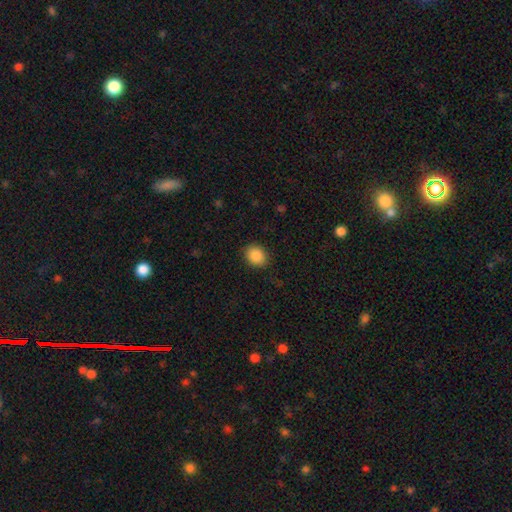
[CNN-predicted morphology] Smooth or featured? smooth (88%)
How rounded? round (55%)
Merging? none (87%)